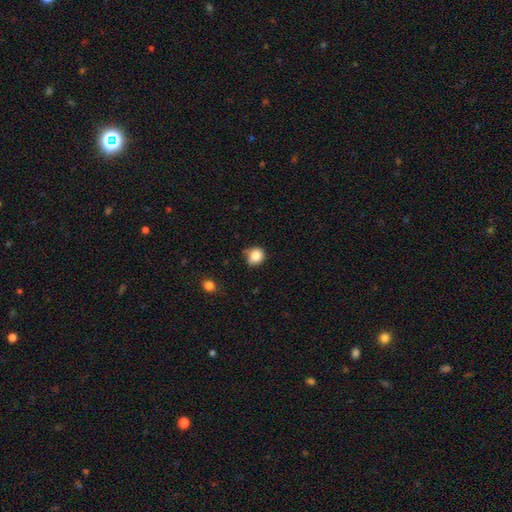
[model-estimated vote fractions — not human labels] Smooth or featured: smooth — 86% (star or artifact — 10%)
How rounded: round — 78% (in between — 21%)
Merging: none — 63% (minor disturbance — 29%)